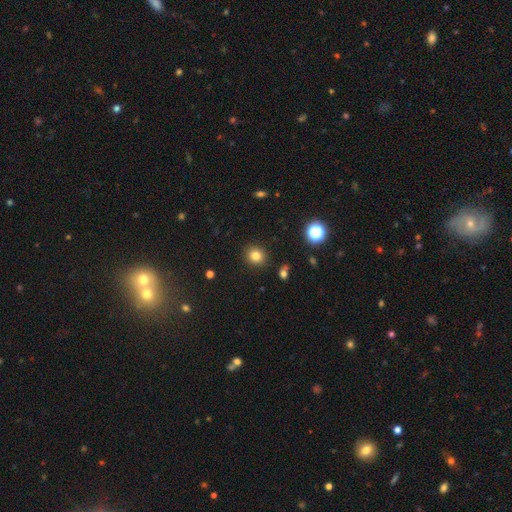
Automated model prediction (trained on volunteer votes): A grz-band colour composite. It shows a smooth galaxy with no disk features (80%) that is round (86%). Merging: none (90%).